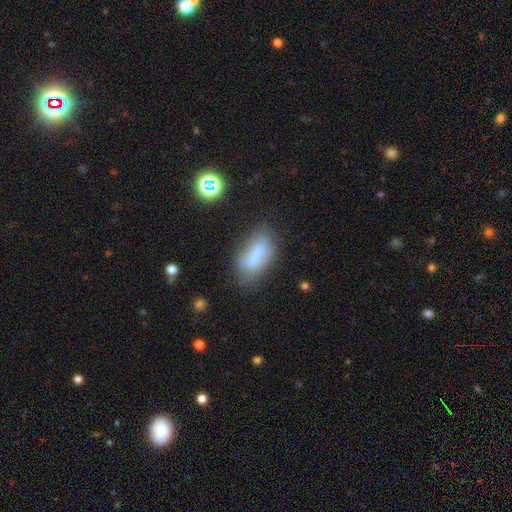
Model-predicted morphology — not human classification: This appears to be a smooth galaxy with no disk features (59%) that is in between round and cigar-shaped (84%). Merging: none (52%).